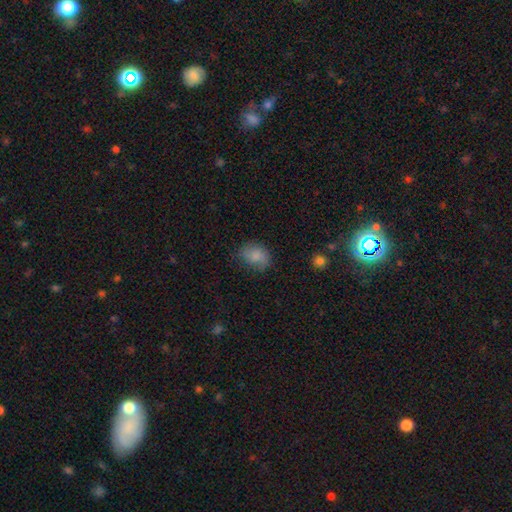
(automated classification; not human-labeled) Morphology: type=smooth (78%); roundness=in between (59%); merging=none (66%).